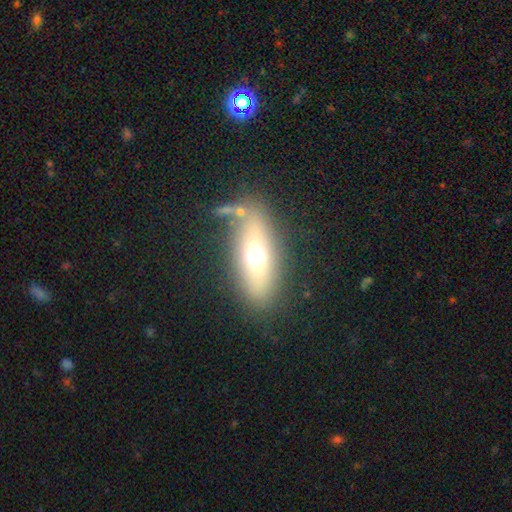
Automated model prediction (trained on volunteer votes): This appears to be a smooth galaxy with no disk features (60%) that is in between round and cigar-shaped (68%). Merging: none (76%).